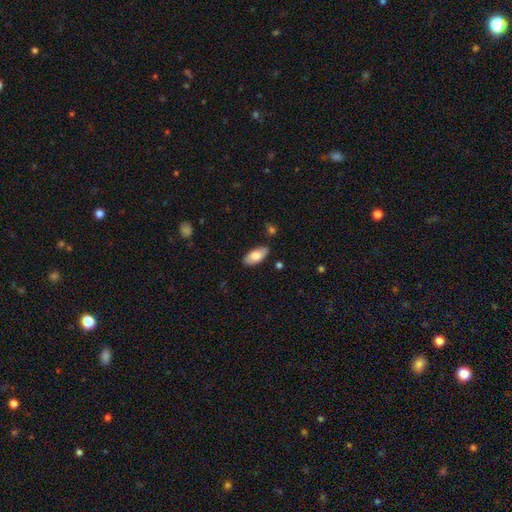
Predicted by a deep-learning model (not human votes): Morphology: type=smooth (76%); roundness=in between (92%); merging=none (83%).